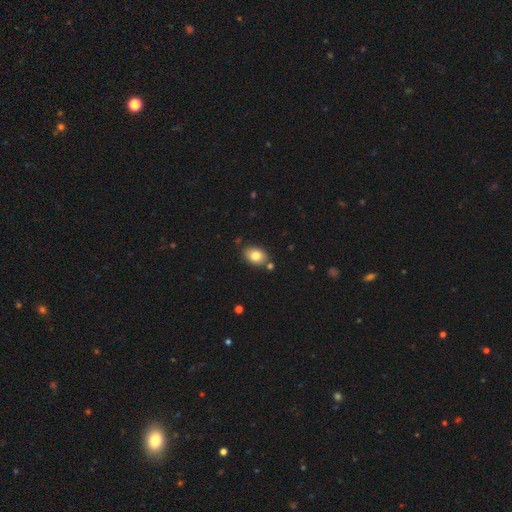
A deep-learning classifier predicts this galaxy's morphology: The model was most divided on "how rounded": in between: 78%, round: 21%, cigar-shaped: 1%. More confident: smooth or featured — smooth (81%); merging — none (78%).